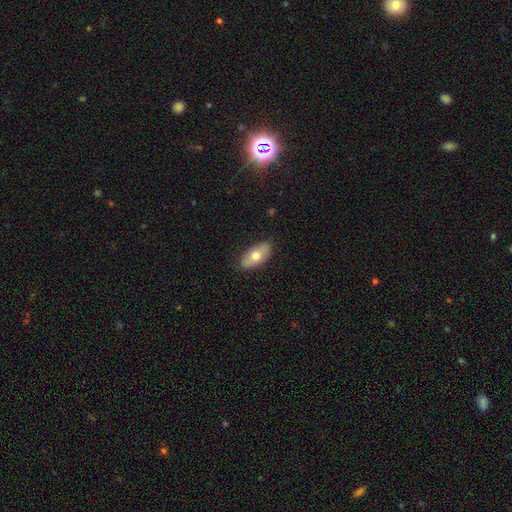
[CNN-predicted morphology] Smooth or featured?
  - smooth: 67% *
  - featured or disk: 28%
  - star or artifact: 6%
How rounded?
  - in between: 89% *
  - cigar-shaped: 7%
  - round: 4%
Merging?
  - none: 85% *
  - minor disturbance: 12%
  - major disturbance: 2%
  - merger: 1%